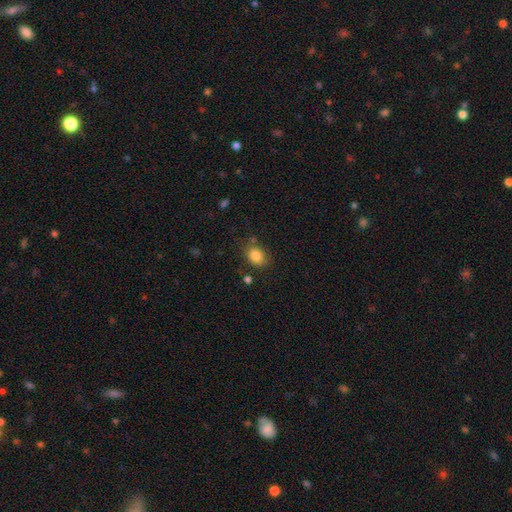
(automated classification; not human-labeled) A smooth galaxy with no disk features (84%) that is in between round and cigar-shaped (55%). Merging: none (74%).